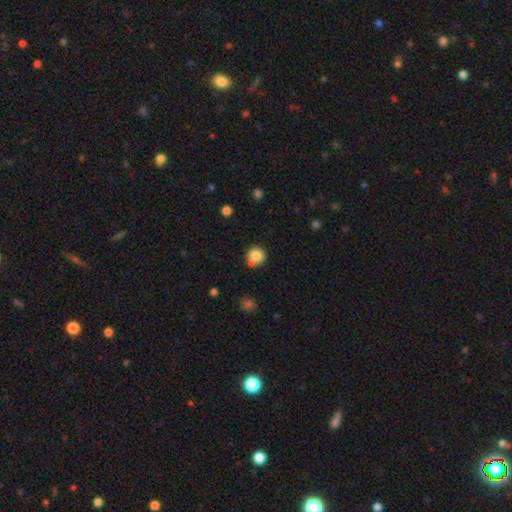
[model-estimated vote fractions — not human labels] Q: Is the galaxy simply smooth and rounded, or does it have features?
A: smooth — 81%.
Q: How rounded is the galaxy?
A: round — 91%.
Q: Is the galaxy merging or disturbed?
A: none — 67%.